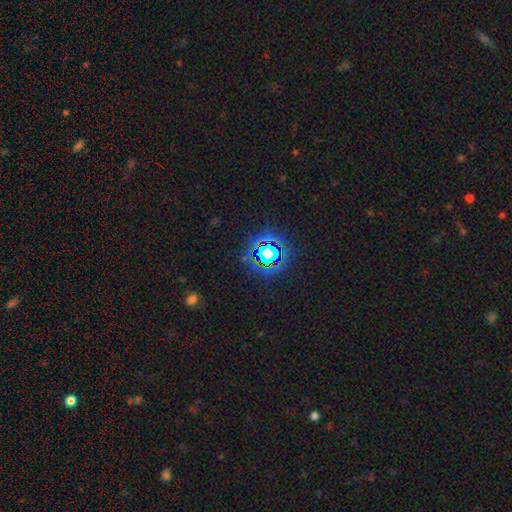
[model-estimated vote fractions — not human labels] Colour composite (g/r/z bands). It shows a star or artifact, not a galaxy (79%).